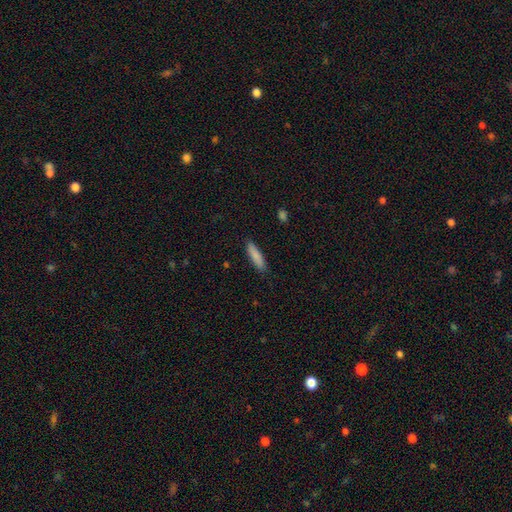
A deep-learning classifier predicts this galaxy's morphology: Smooth or featured? smooth (86%)
How rounded? cigar-shaped (72%)
Merging? none (88%)